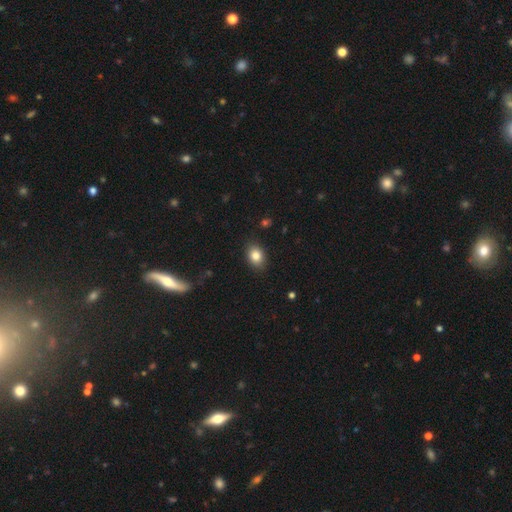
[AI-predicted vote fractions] Smooth or featured: smooth — 84% (star or artifact — 9%)
How rounded: in between — 72% (round — 26%)
Merging: none — 87% (minor disturbance — 10%)